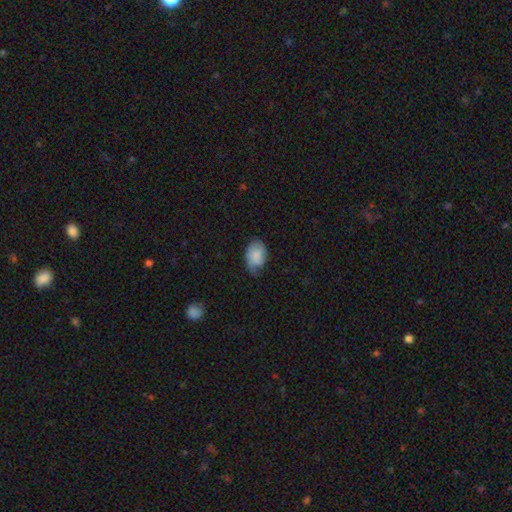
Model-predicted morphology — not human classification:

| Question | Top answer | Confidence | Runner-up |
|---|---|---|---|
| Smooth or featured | smooth | 79% | featured or disk (14%) |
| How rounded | in between | 80% | round (19%) |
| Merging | none | 47% | minor disturbance (40%) |